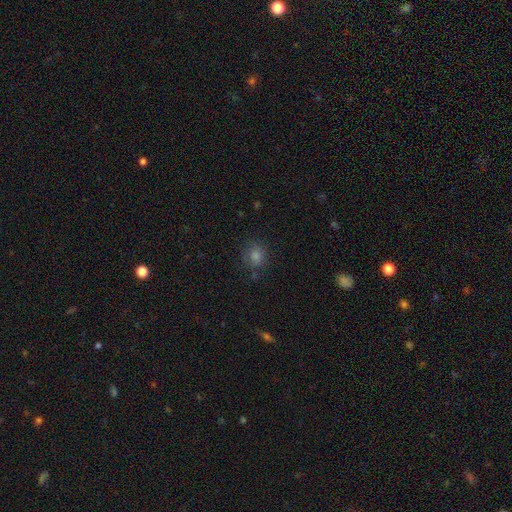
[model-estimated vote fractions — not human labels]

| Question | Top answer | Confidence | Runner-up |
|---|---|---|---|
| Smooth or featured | smooth | 71% | star or artifact (22%) |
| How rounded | round | 77% | in between (22%) |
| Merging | none | 80% | minor disturbance (13%) |